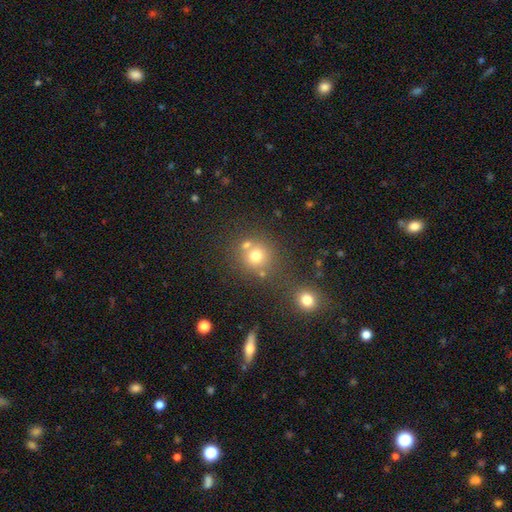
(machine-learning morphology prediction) This appears to be a smooth galaxy with no disk features (73%) that is round (87%). Merging: none (64%).